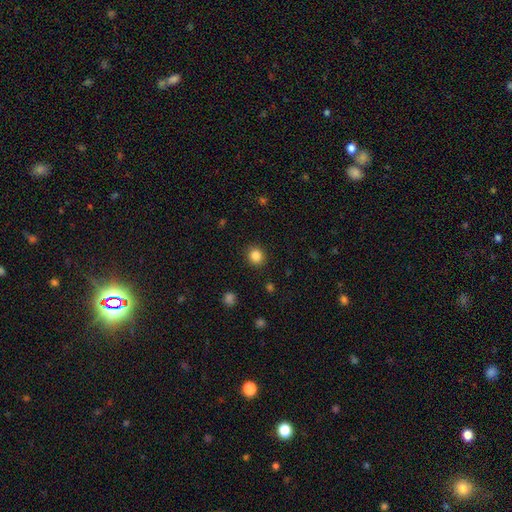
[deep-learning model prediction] Smooth or featured?
  - smooth: 85% *
  - star or artifact: 11%
  - featured or disk: 4%
How rounded?
  - round: 85% *
  - in between: 14%
  - cigar-shaped: 1%
Merging?
  - none: 91% *
  - minor disturbance: 6%
  - major disturbance: 2%
  - merger: 1%